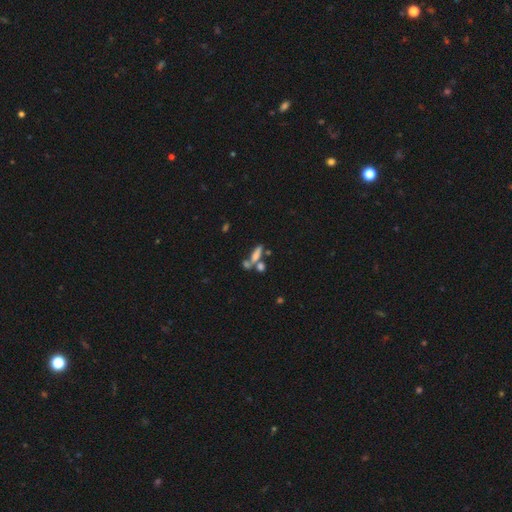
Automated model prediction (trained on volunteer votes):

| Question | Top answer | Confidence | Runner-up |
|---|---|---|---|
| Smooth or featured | smooth | 58% | featured or disk (27%) |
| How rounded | cigar-shaped | 47% | in between (45%) |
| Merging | none | 41% | merger (40%) |